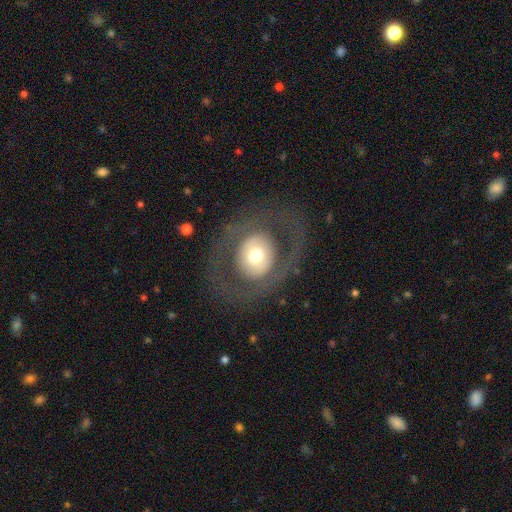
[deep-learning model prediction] smooth_or_featured: featured or disk (p=0.47) [alt: smooth p=0.46]
merging: none (p=0.76) [alt: major disturbance p=0.13]